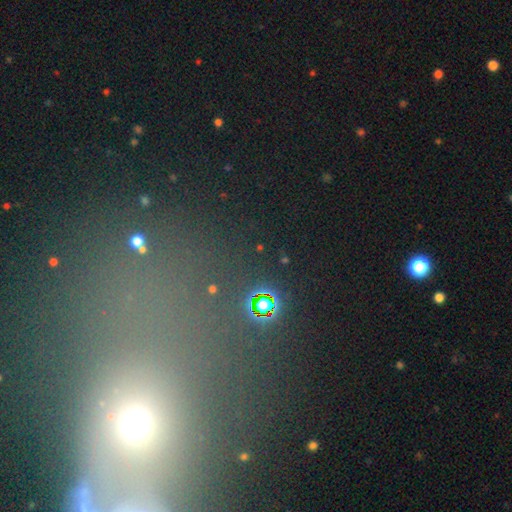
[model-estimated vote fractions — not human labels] Smooth or featured? Predicted: star or artifact (p=0.60).